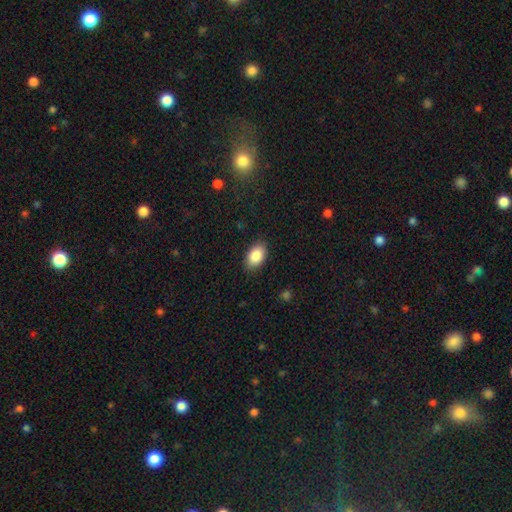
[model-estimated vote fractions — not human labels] Smooth or featured: smooth — 88% (star or artifact — 7%)
How rounded: in between — 92% (round — 7%)
Merging: none — 87% (minor disturbance — 10%)